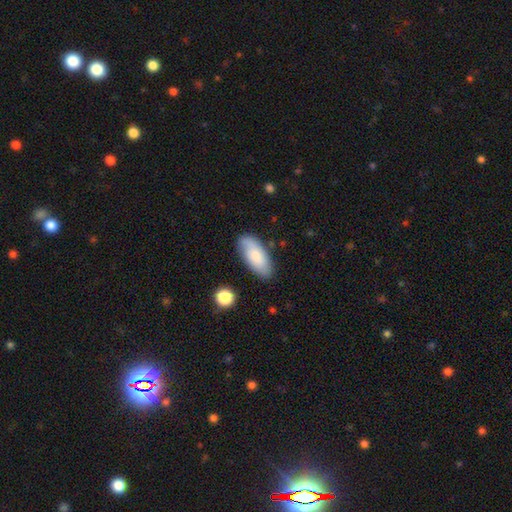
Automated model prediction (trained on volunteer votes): The model was most divided on "smooth or featured": smooth: 79%, featured or disk: 15%, star or artifact: 6%. More confident: how rounded — in between (86%); merging — none (80%).